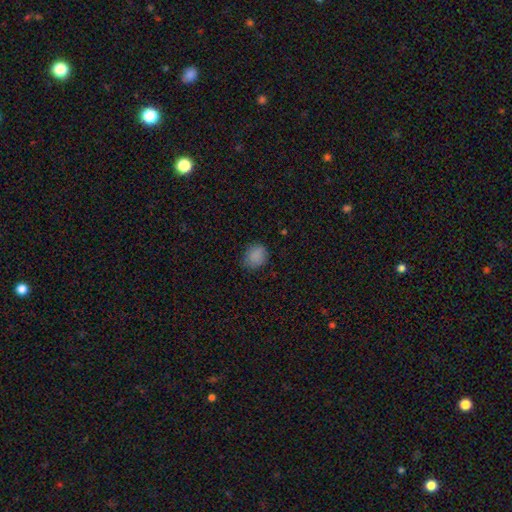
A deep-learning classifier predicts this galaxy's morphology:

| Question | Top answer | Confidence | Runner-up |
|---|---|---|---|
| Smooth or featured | smooth | 85% | star or artifact (10%) |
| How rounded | round | 63% | in between (36%) |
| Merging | none | 77% | minor disturbance (18%) |